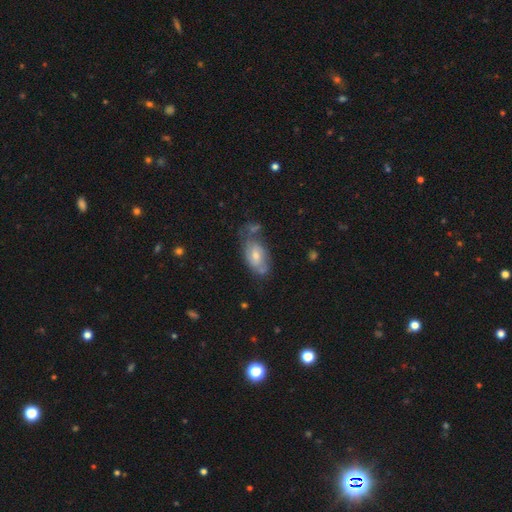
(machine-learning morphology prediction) featured or disk 48%, smooth 45%, star or artifact 8%. Down the decision tree: merging — none (43%).